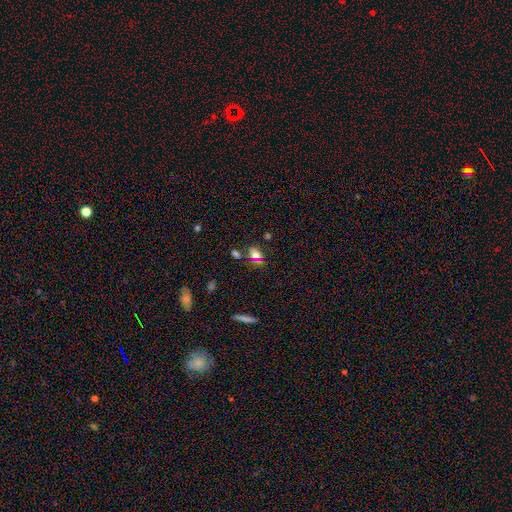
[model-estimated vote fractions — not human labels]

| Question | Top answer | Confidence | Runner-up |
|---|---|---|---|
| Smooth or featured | smooth | 62% | star or artifact (25%) |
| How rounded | in between | 54% | round (42%) |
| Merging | none | 68% | minor disturbance (13%) |